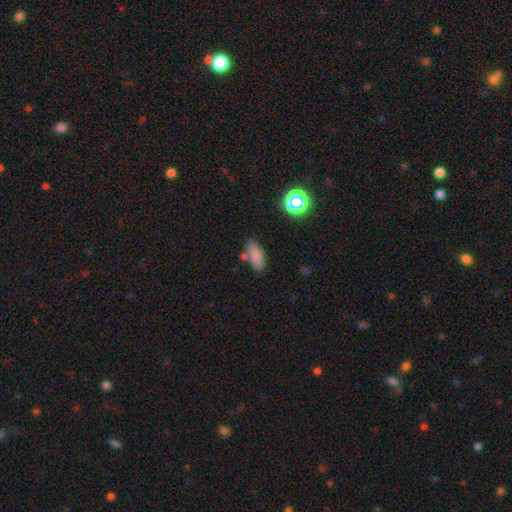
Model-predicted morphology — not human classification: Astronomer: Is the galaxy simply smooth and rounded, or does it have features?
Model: smooth — 79%.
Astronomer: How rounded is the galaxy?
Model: in between — 84%.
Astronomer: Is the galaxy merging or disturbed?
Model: none — 63%.